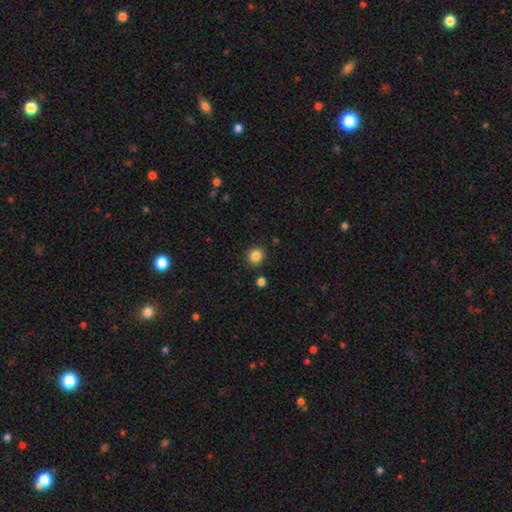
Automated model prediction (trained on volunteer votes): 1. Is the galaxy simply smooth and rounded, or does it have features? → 85% smooth, 11% star or artifact, 4% featured or disk.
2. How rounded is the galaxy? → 81% round, 18% in between, 1% cigar-shaped.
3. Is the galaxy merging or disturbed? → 88% none, 7% minor disturbance, 3% merger, 2% major disturbance.